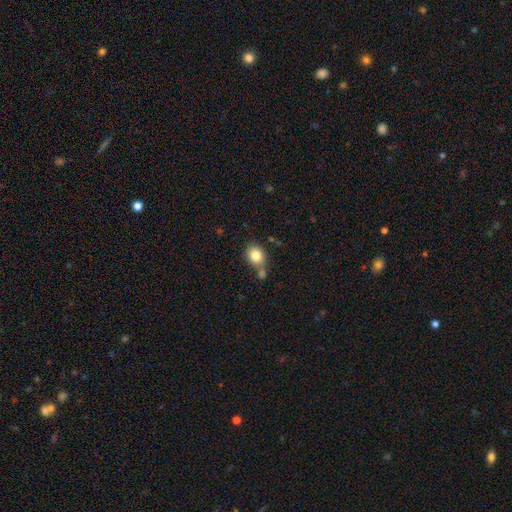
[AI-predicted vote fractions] smooth_or_featured: smooth (p=0.82) [alt: star or artifact p=0.09]
how_rounded: in between (p=0.50) [alt: round p=0.49]
merging: none (p=0.65) [alt: merger p=0.18]